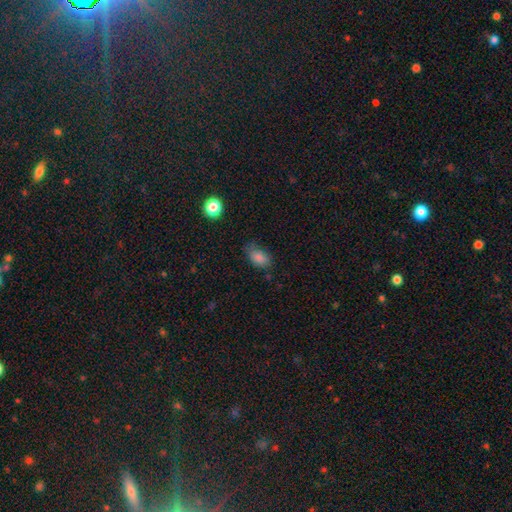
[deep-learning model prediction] smooth-or-featured: smooth: 82% | star or artifact: 12% | featured or disk: 6%
  how-rounded: in between: 85% | round: 12% | cigar-shaped: 2%
  merging: none: 62% | minor disturbance: 28% | major disturbance: 7% | merger: 2%